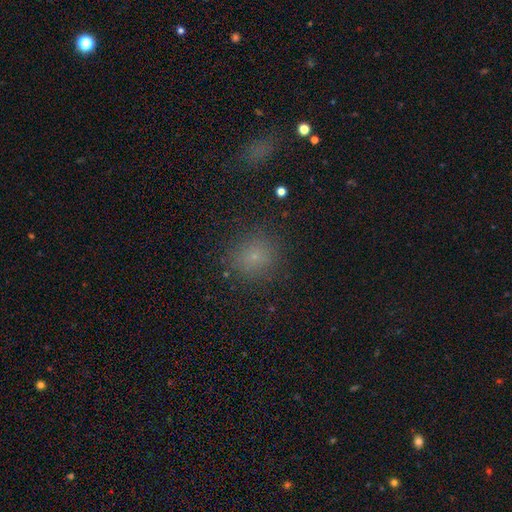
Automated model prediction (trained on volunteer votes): Q: Smooth or featured?
A: smooth (72%); runner-up: star or artifact (21%)
Q: How rounded?
A: round (86%); runner-up: in between (13%)
Q: Merging?
A: none (86%); runner-up: minor disturbance (9%)